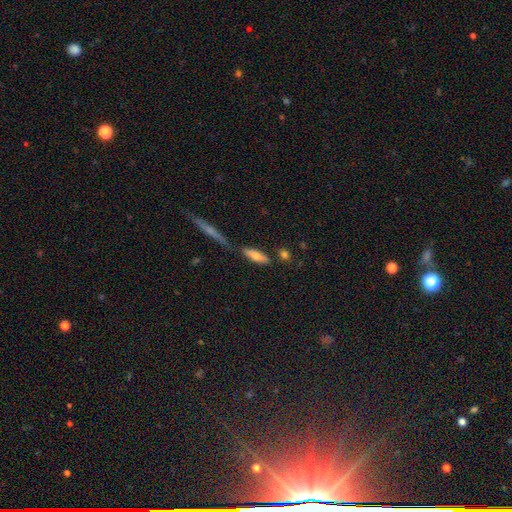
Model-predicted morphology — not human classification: Smooth or featured?
  - smooth: 70% *
  - featured or disk: 23%
  - star or artifact: 7%
How rounded?
  - cigar-shaped: 54% *
  - in between: 43%
  - round: 2%
Merging?
  - none: 71% *
  - minor disturbance: 14%
  - merger: 12%
  - major disturbance: 4%